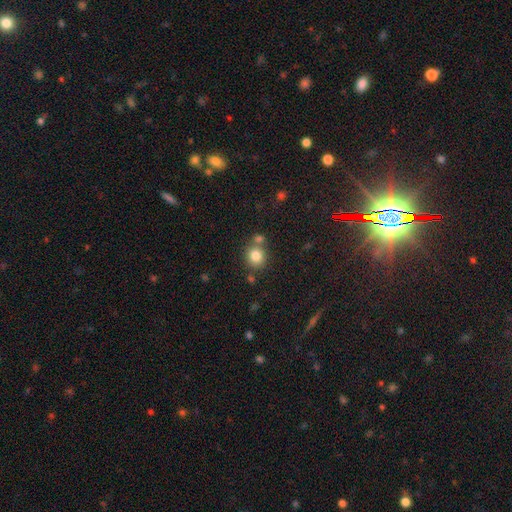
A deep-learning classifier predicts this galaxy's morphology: Overall: smooth (82%). How rounded: round (86%). Merging: none (68%).